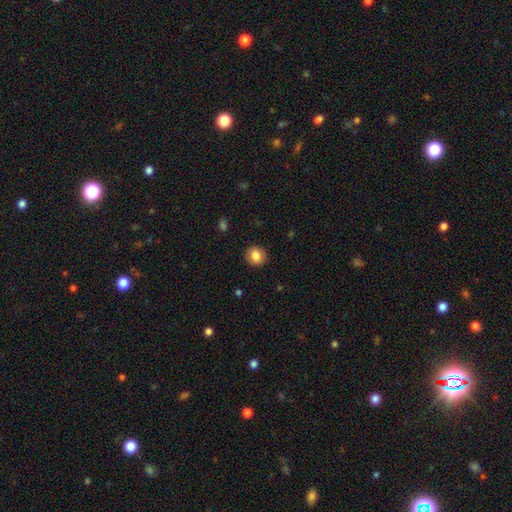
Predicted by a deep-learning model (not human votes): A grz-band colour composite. It shows a smooth galaxy with no disk features (85%) that is round (80%). Merging: none (90%).